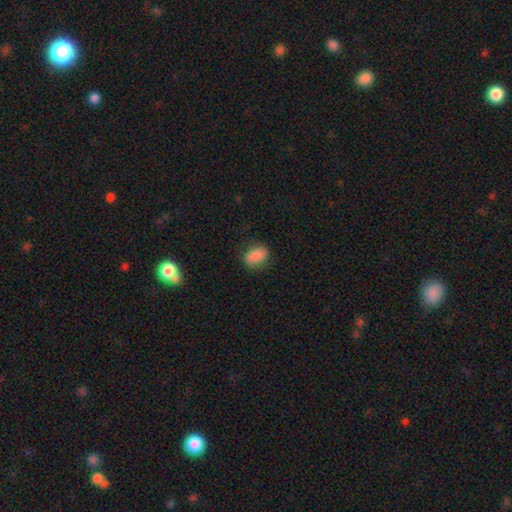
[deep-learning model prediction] Smooth or featured: smooth — 84% (star or artifact — 8%)
How rounded: in between — 82% (round — 16%)
Merging: none — 76% (minor disturbance — 17%)